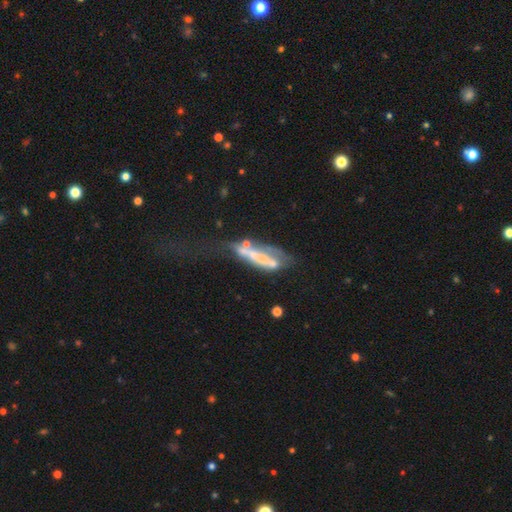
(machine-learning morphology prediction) featured or disk 57%, smooth 32%, star or artifact 11%. Down the decision tree: edge-on disk — no (68%); merging — major disturbance (41%).